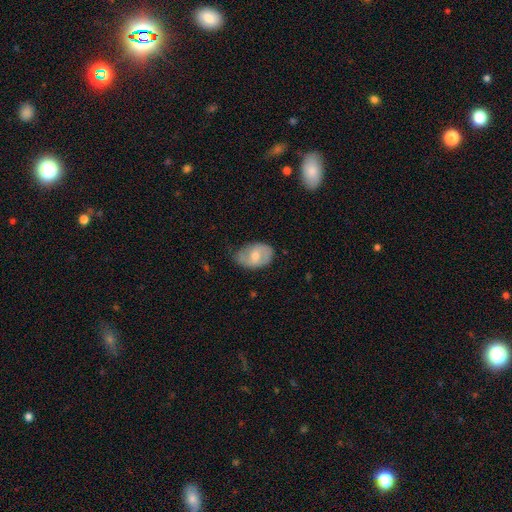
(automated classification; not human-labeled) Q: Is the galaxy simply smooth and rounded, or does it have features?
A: smooth — 50%.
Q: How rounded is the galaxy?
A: in between — 83%.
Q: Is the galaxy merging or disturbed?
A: none — 60%.